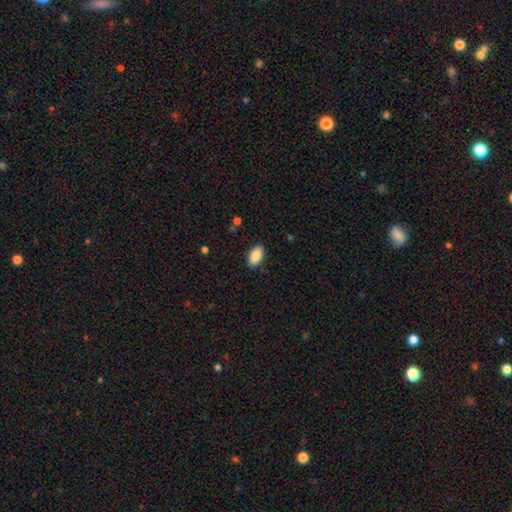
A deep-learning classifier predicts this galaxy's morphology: smooth 88%, star or artifact 7%, featured or disk 5%. Down the decision tree: how rounded — in between (94%); merging — none (88%).